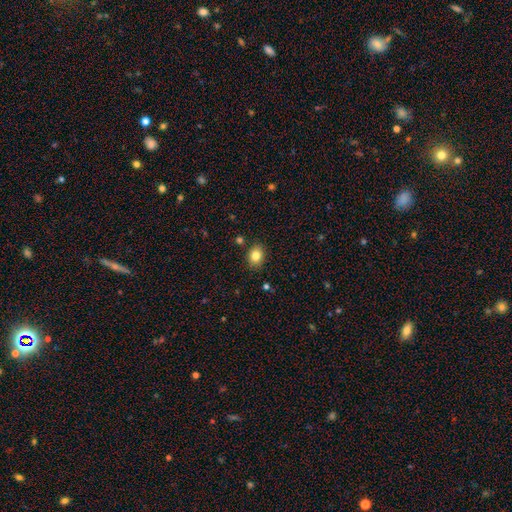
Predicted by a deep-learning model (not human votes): Overall: smooth (83%). How rounded: in between (54%; round 45%). Merging: none (87%).